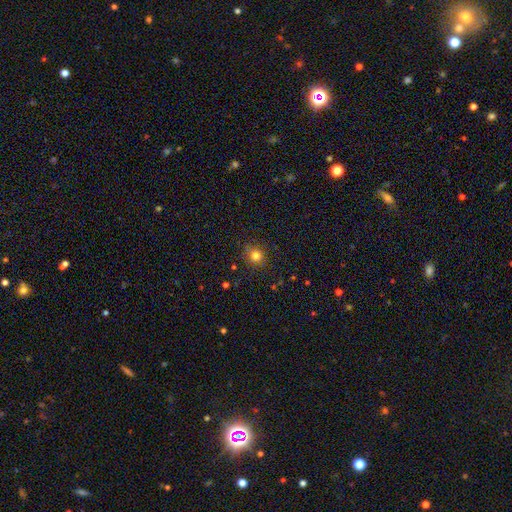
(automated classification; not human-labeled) Overall: smooth (79%). How rounded: round (86%). Merging: none (85%).